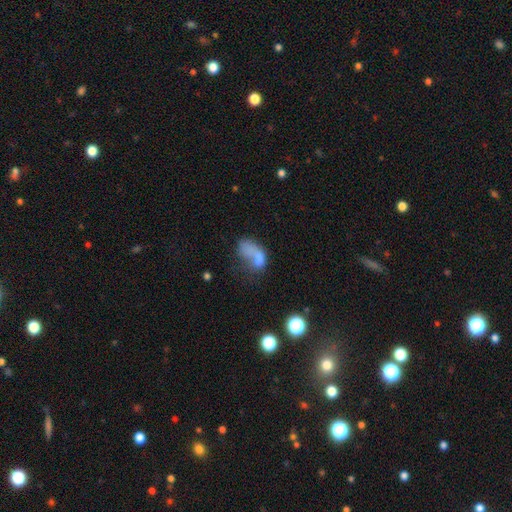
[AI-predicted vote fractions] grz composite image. It shows a smooth galaxy with no disk features (61%) that is in between round and cigar-shaped (86%). Merging: major disturbance (38%).